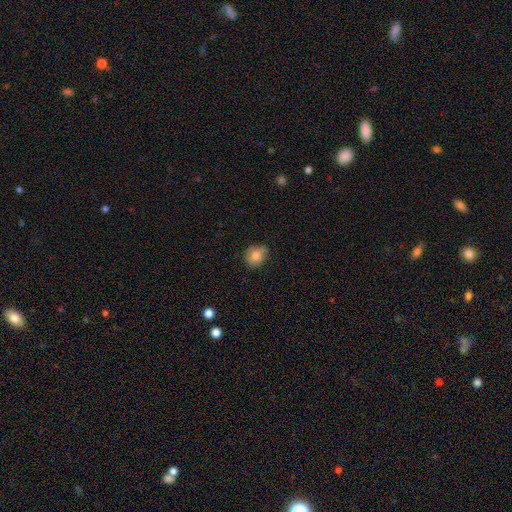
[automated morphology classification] The model was most divided on "how rounded": round: 53%, in between: 46%, cigar-shaped: 1%. More confident: smooth or featured — smooth (79%); merging — none (67%).